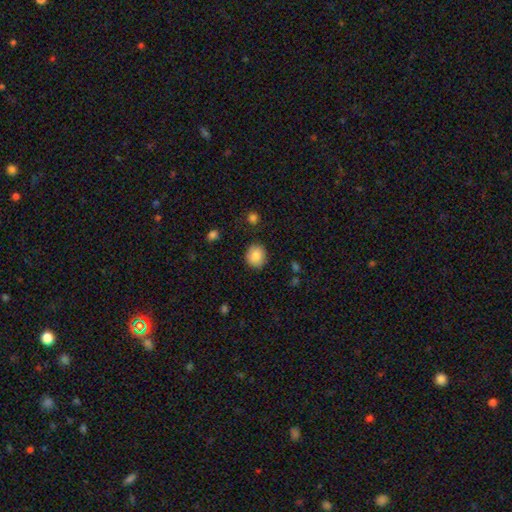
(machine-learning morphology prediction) Smooth or featured? Predicted: smooth (p=0.86). How rounded? Predicted: round (p=0.77). Merging? Predicted: none (p=0.87).